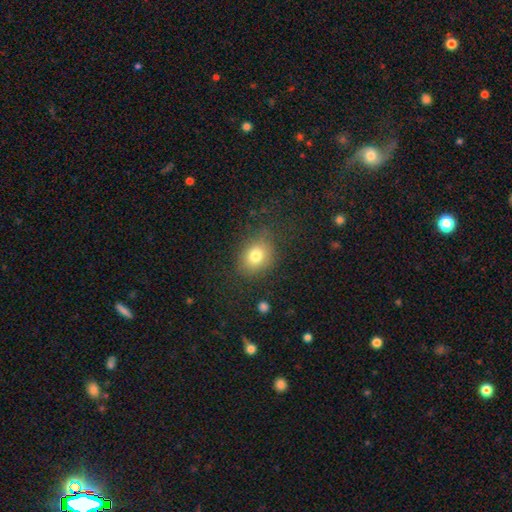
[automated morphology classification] A smooth galaxy with no disk features (78%) that is round (53%).

Vote fractions:
- Smooth or featured? smooth: 78% / star or artifact: 12% / featured or disk: 10%
- How rounded? round: 53% / in between: 46% / cigar-shaped: 1%
- Merging? none: 77% / minor disturbance: 15% / major disturbance: 6% / merger: 2%